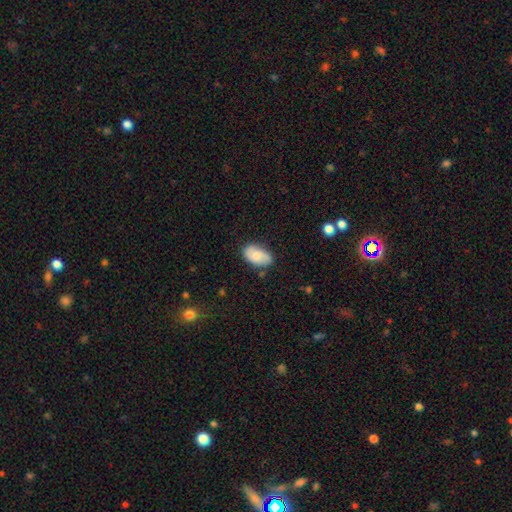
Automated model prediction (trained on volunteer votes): A smooth galaxy with no disk features (68%) that is in between round and cigar-shaped (93%). Merging: none (72%).